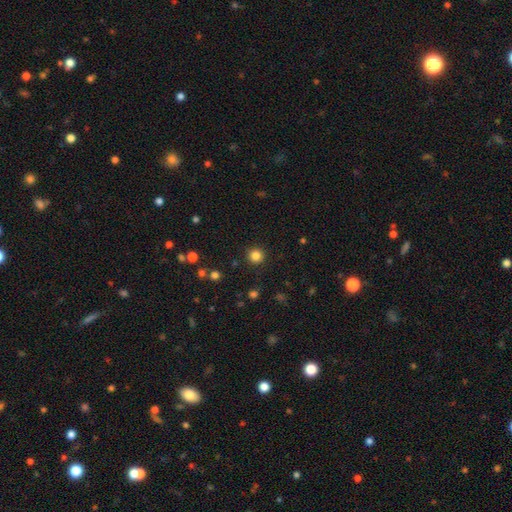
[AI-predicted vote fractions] The model was most divided on "smooth or featured": smooth: 83%, star or artifact: 13%, featured or disk: 4%. More confident: how rounded — round (95%); merging — none (91%).